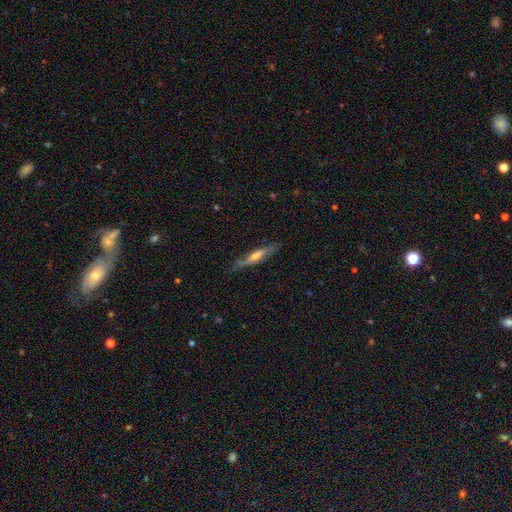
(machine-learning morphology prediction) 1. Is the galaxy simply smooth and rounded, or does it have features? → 59% featured or disk, 34% smooth, 8% star or artifact.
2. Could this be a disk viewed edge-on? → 81% yes, 19% no.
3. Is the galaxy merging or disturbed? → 75% none, 19% minor disturbance, 5% major disturbance, 2% merger.